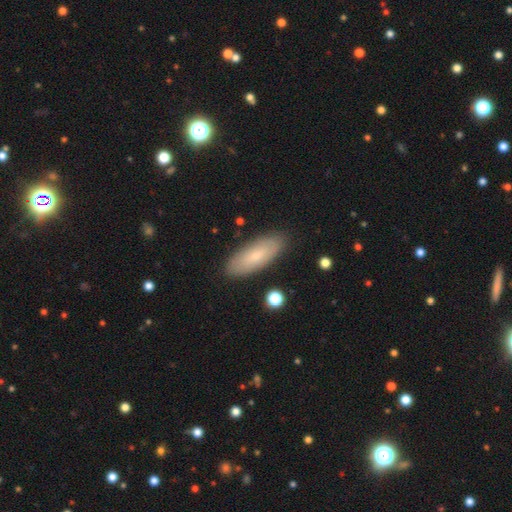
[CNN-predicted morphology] Q: Smooth or featured?
A: smooth (67%); runner-up: featured or disk (26%)
Q: How rounded?
A: in between (69%); runner-up: cigar-shaped (29%)
Q: Merging?
A: none (87%); runner-up: minor disturbance (10%)